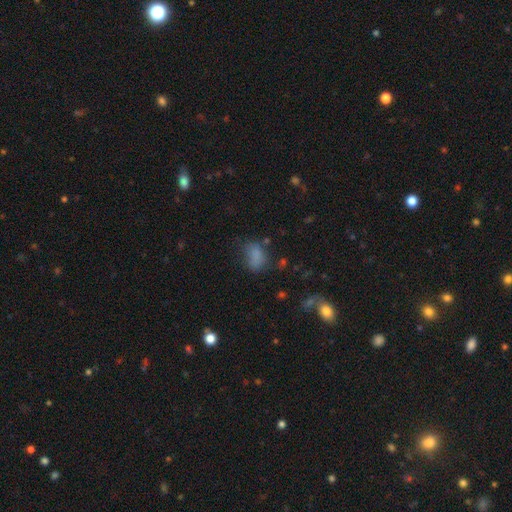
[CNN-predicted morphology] This appears to be a smooth galaxy with no disk features (76%) that is in between round and cigar-shaped (82%). Merging: none (50%).